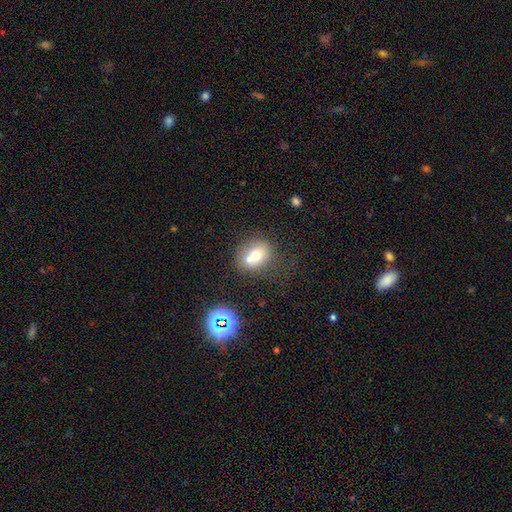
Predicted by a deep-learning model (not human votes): Overall: smooth (67%). How rounded: round (62%; in between 37%). Merging: merger (43%; none 41%).